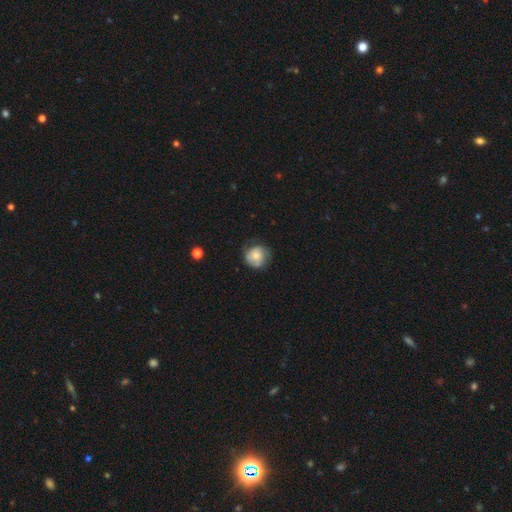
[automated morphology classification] Smooth or featured?
  - smooth: 59% *
  - featured or disk: 33%
  - star or artifact: 8%
How rounded?
  - round: 85% *
  - in between: 15%
  - cigar-shaped: 1%
Merging?
  - none: 63% *
  - minor disturbance: 26%
  - major disturbance: 9%
  - merger: 1%